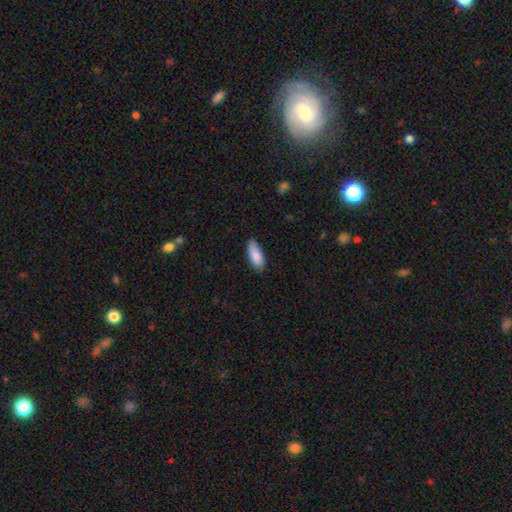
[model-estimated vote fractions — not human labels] Smooth or featured? smooth (87%)
How rounded? in between (80%)
Merging? none (79%)